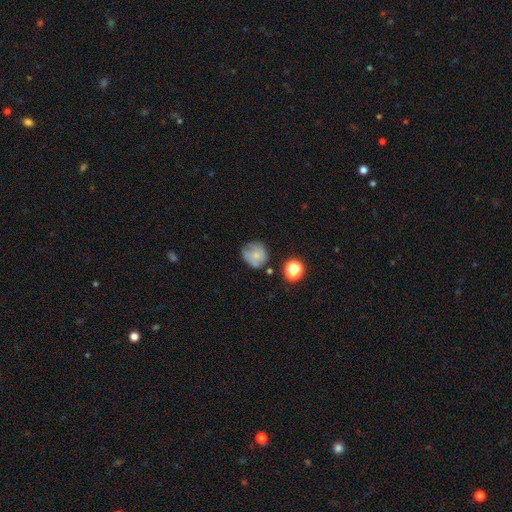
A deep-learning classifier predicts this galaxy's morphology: Smooth or featured?
  - smooth: 63% *
  - featured or disk: 26%
  - star or artifact: 11%
How rounded?
  - round: 86% *
  - in between: 13%
  - cigar-shaped: 1%
Merging?
  - none: 63% *
  - minor disturbance: 24%
  - major disturbance: 8%
  - merger: 6%